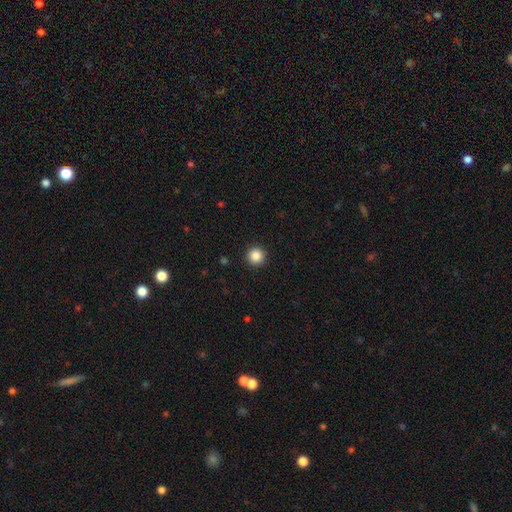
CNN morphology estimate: Smooth or featured? smooth (87%)
How rounded? round (96%)
Merging? none (93%)